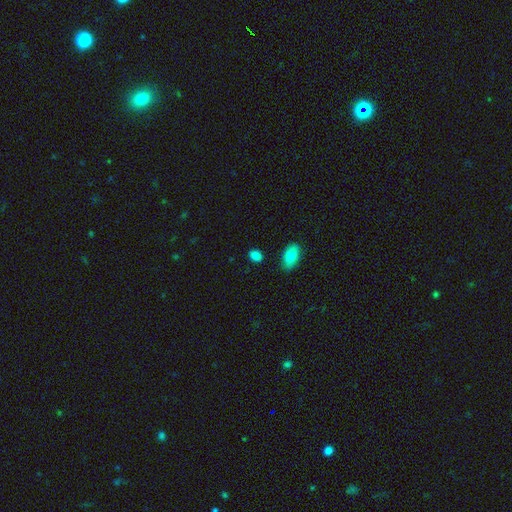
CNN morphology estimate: smooth_or_featured: smooth (p=0.85) [alt: star or artifact p=0.10]
how_rounded: in between (p=0.74) [alt: round p=0.24]
merging: none (p=0.83) [alt: minor disturbance p=0.11]